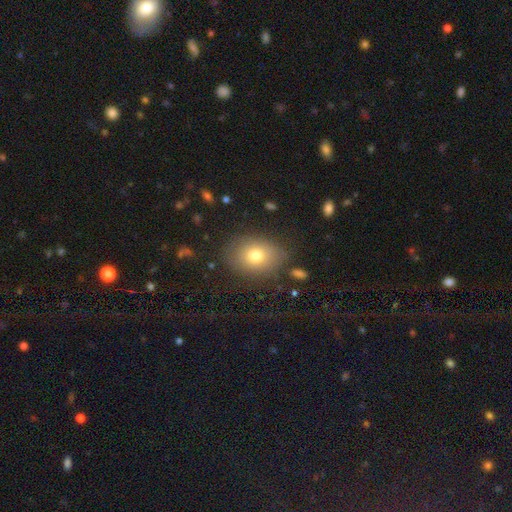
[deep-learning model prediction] Smooth or featured: smooth — 75% (featured or disk — 13%)
How rounded: in between — 64% (round — 35%)
Merging: none — 81% (minor disturbance — 13%)